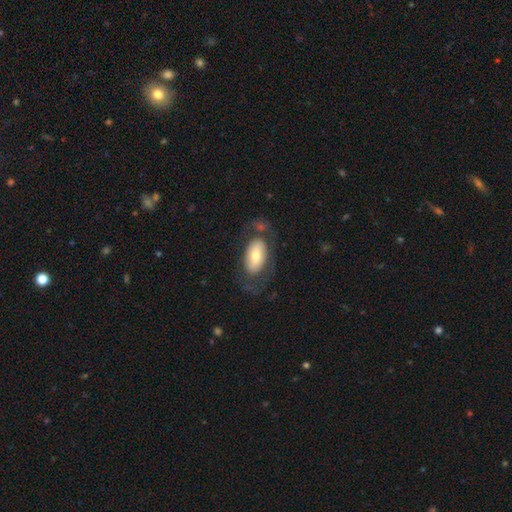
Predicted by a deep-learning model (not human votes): Smooth or featured? Predicted: smooth (p=0.58). How rounded? Predicted: in between (p=0.93). Merging? Predicted: none (p=0.59).